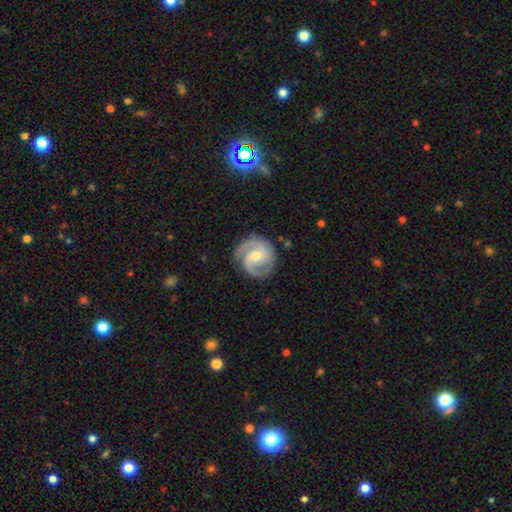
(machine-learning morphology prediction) type=featured or disk (85%); edge-on=no (98%); bar=weak (47%); spiral arms=yes (97%); winding=medium (48%); arm count=2 (72%); bulge=moderate (53%); merging=none (78%).